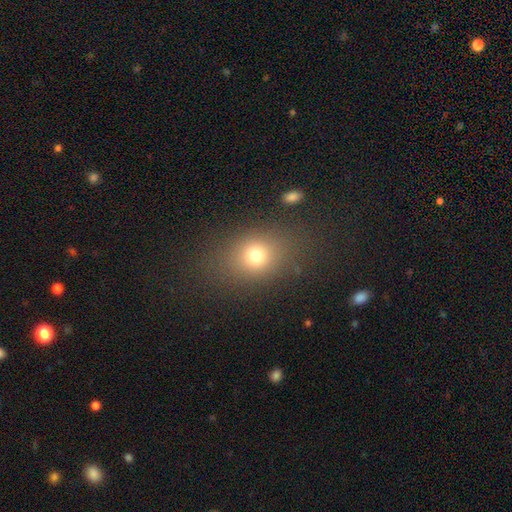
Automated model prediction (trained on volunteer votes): This appears to be a smooth galaxy with no disk features (73%) that is in between round and cigar-shaped (52%). Merging: none (78%).